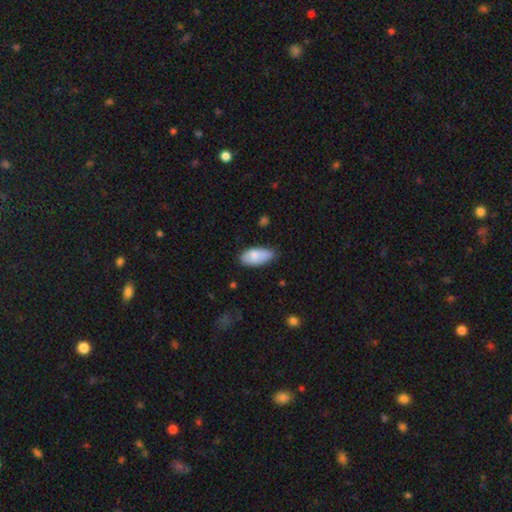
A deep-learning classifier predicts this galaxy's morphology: smooth 82%, featured or disk 12%, star or artifact 6%. Down the decision tree: how rounded — in between (93%); merging — none (57%).